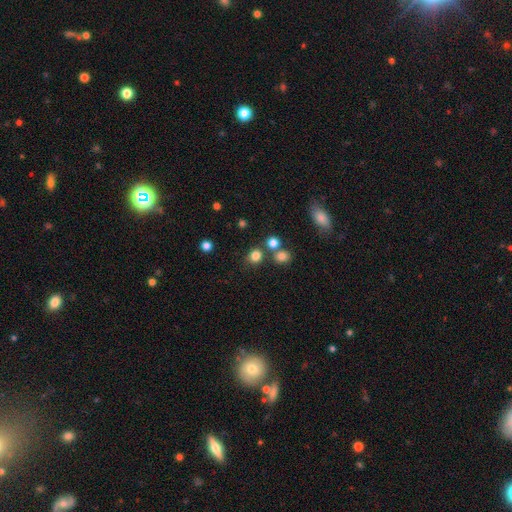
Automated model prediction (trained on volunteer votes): smooth 79%, star or artifact 15%, featured or disk 6%. Down the decision tree: how rounded — round (83%); merging — none (71%).